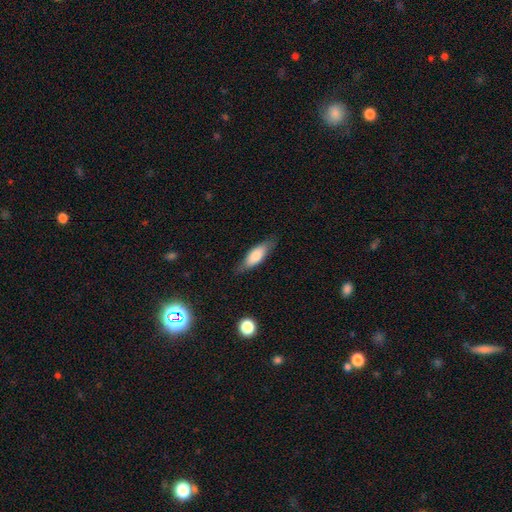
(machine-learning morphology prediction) smooth_or_featured: smooth (p=0.72) [alt: featured or disk p=0.22]
how_rounded: in between (p=0.62) [alt: cigar-shaped p=0.35]
merging: none (p=0.77) [alt: minor disturbance p=0.17]